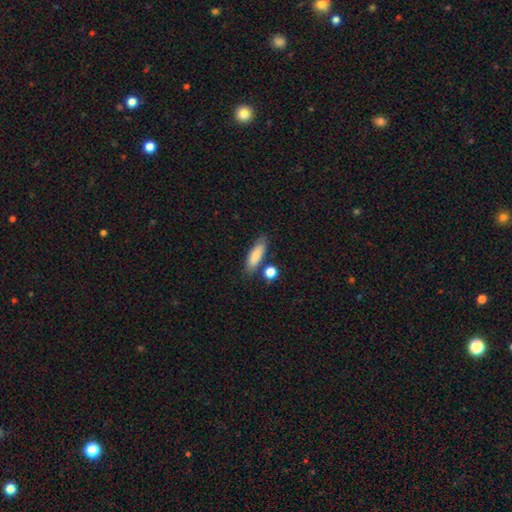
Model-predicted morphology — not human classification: The model was most divided on "how rounded": in between: 50%, cigar-shaped: 45%, round: 5%. More confident: smooth or featured — smooth (83%); merging — none (75%).